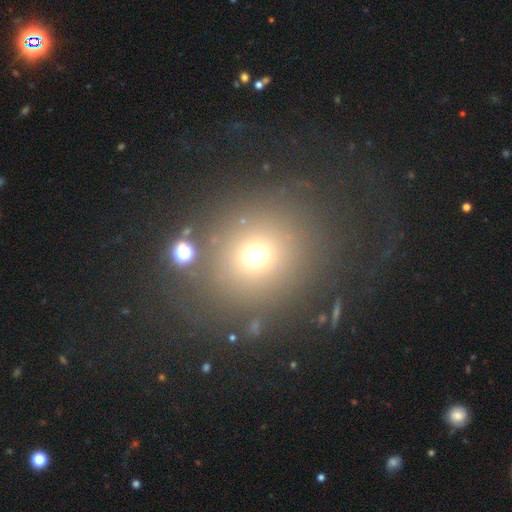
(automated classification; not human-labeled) smooth 66%, star or artifact 23%, featured or disk 11%. Down the decision tree: how rounded — round (84%); merging — none (79%).